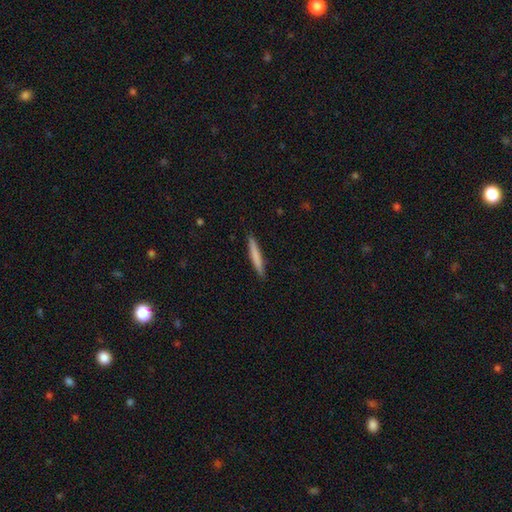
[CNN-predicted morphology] Smooth or featured? Predicted: smooth (p=0.74). How rounded? Predicted: cigar-shaped (p=0.96). Merging? Predicted: none (p=0.91).